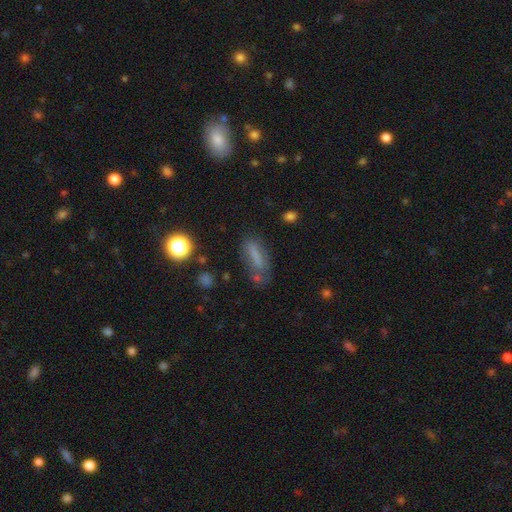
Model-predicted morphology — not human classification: Q: Smooth or featured?
A: smooth (67%); runner-up: featured or disk (18%)
Q: How rounded?
A: cigar-shaped (49%); runner-up: in between (46%)
Q: Merging?
A: none (59%); runner-up: minor disturbance (23%)